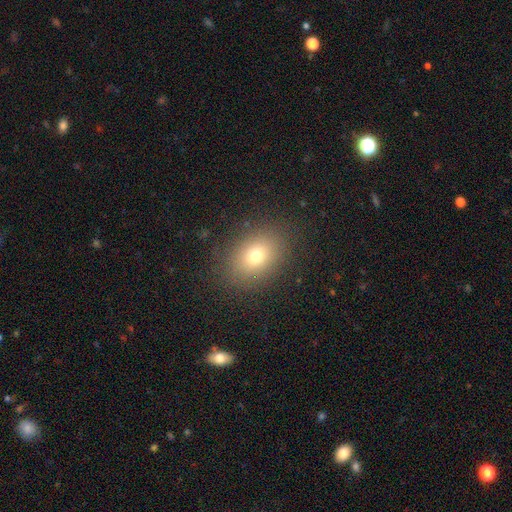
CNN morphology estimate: The model was most divided on "how rounded": in between: 71%, round: 28%, cigar-shaped: 1%. More confident: merging — none (86%); smooth or featured — smooth (75%).